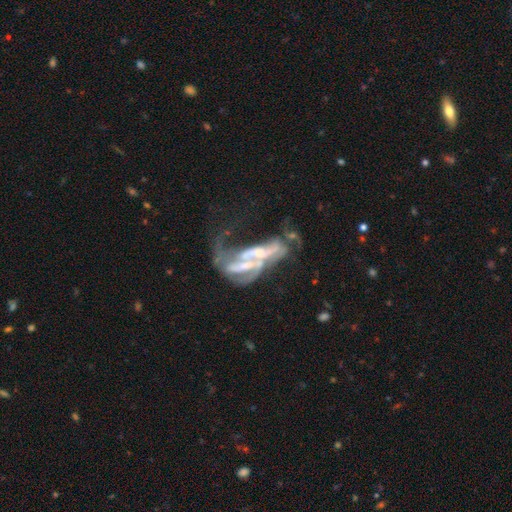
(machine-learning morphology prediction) featured or disk 71%, smooth 15%, star or artifact 13%. Down the decision tree: edge-on disk — no (86%); bar — no (50%); spiral arms — yes (55%); bulge size — small (35%); merging — merger (51%).